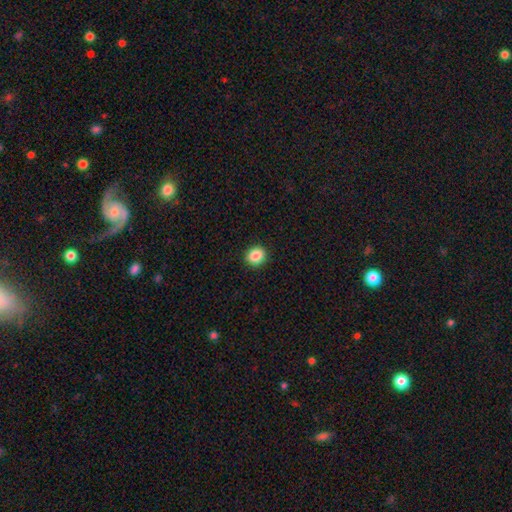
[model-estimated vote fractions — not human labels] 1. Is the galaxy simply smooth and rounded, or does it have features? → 87% smooth, 9% star or artifact, 4% featured or disk.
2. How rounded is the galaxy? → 82% round, 17% in between, 1% cigar-shaped.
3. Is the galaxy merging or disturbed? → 91% none, 6% minor disturbance, 2% major disturbance, 1% merger.